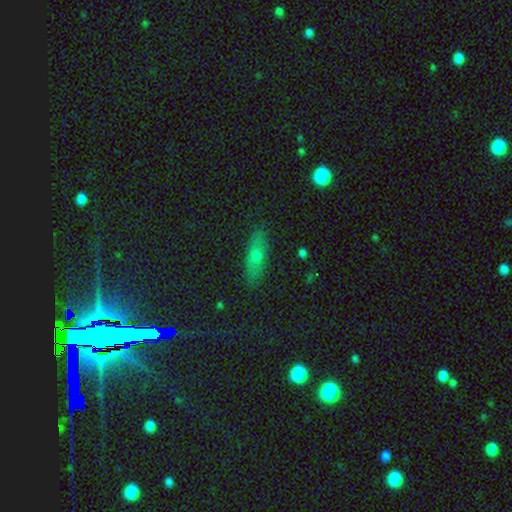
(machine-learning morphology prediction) A smooth galaxy with no disk features (59%) that is in between round and cigar-shaped (52%). Merging: none (86%).